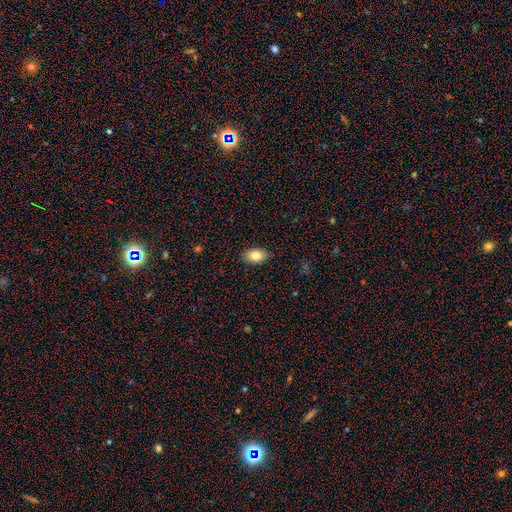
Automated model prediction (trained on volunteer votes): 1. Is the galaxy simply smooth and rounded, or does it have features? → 82% smooth, 10% featured or disk, 8% star or artifact.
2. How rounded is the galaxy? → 88% in between, 11% round, 1% cigar-shaped.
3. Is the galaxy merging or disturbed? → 87% none, 10% minor disturbance, 2% major disturbance, 1% merger.